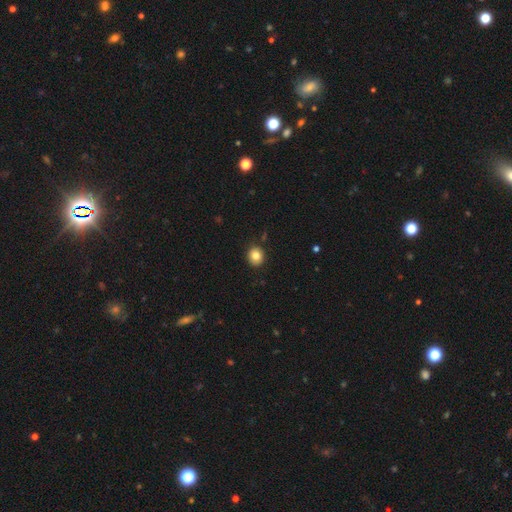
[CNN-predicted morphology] Q: Smooth or featured?
A: smooth (83%); runner-up: star or artifact (10%)
Q: How rounded?
A: round (80%); runner-up: in between (19%)
Q: Merging?
A: none (90%); runner-up: minor disturbance (7%)